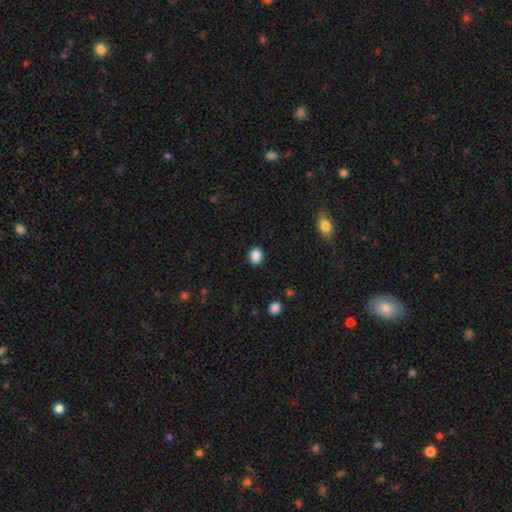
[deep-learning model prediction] smooth_or_featured: smooth (p=0.88) [alt: star or artifact p=0.09]
how_rounded: round (p=0.67) [alt: in between p=0.32]
merging: none (p=0.89) [alt: minor disturbance p=0.07]